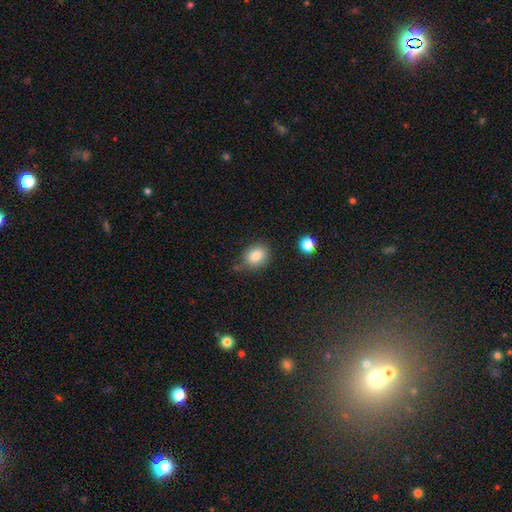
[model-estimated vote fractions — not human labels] smooth 85%, star or artifact 9%, featured or disk 6%. Down the decision tree: how rounded — round (51%); merging — none (73%).